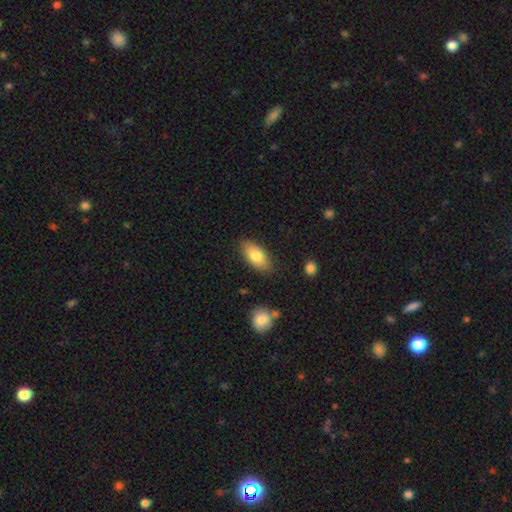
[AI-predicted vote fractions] A smooth galaxy with no disk features (79%) that is in between round and cigar-shaped (90%). Merging: none (83%).